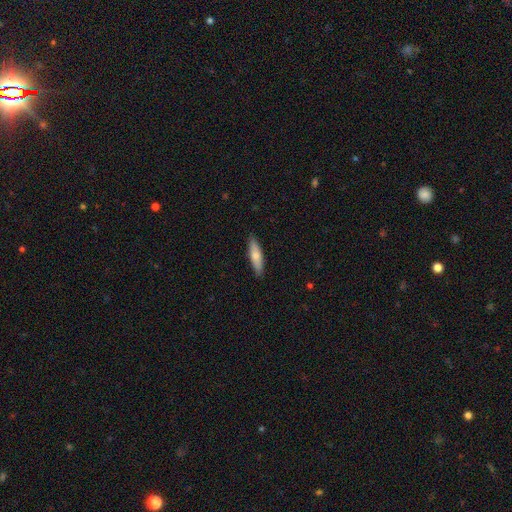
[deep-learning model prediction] Smooth or featured? smooth (69%)
How rounded? cigar-shaped (67%)
Merging? none (88%)